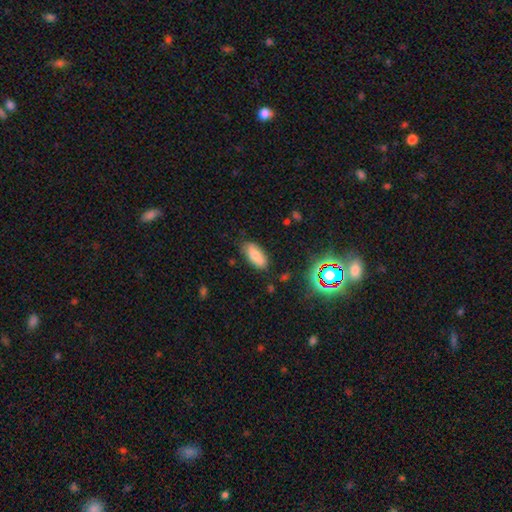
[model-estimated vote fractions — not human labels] Morphology: type=smooth (81%); roundness=in between (86%); merging=none (80%).